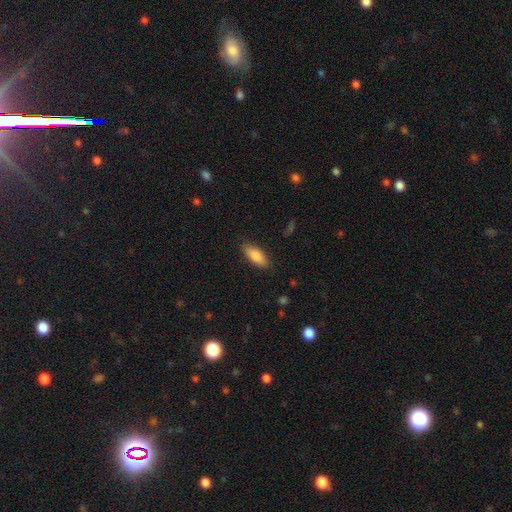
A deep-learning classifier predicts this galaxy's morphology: Smooth or featured: smooth — 82% (featured or disk — 11%)
How rounded: in between — 75% (cigar-shaped — 23%)
Merging: none — 85% (minor disturbance — 11%)